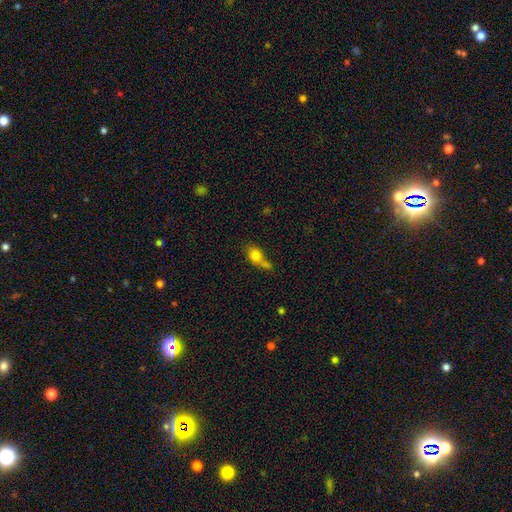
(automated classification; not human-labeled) This is likely a smooth galaxy (78%). How rounded: likely in between (65%). Merging: possibly merger (50%).